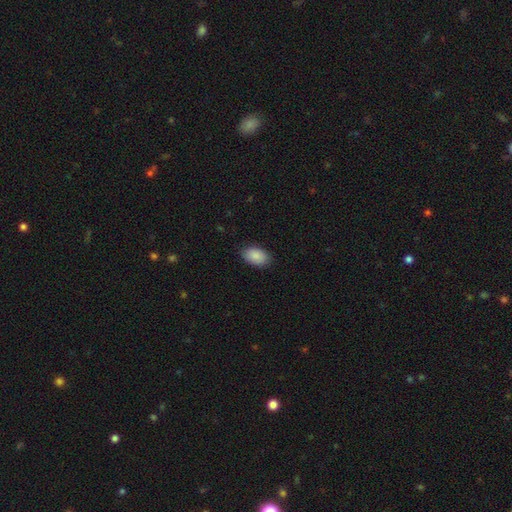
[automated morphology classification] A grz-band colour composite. It shows a smooth galaxy with no disk features (89%) that is in between round and cigar-shaped (91%). Merging: none (85%).